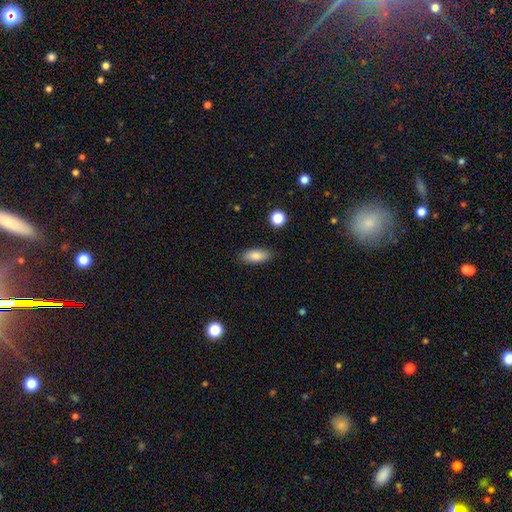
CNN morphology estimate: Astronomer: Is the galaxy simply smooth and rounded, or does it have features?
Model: smooth — 86%.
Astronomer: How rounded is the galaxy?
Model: in between — 83%.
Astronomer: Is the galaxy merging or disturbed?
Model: none — 86%.